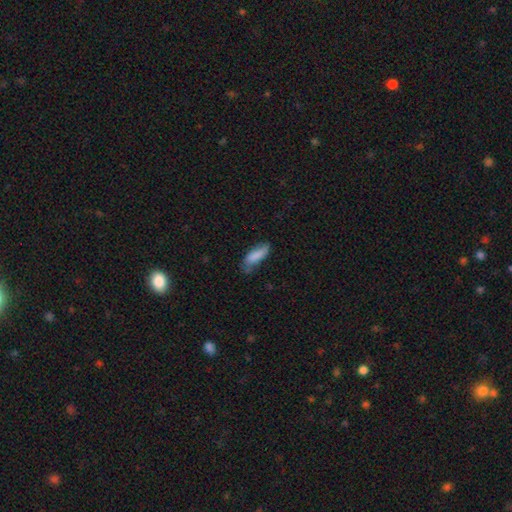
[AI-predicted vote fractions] This is clearly a smooth galaxy (81%). How rounded: likely in between (62%). Merging: possibly none (57%).